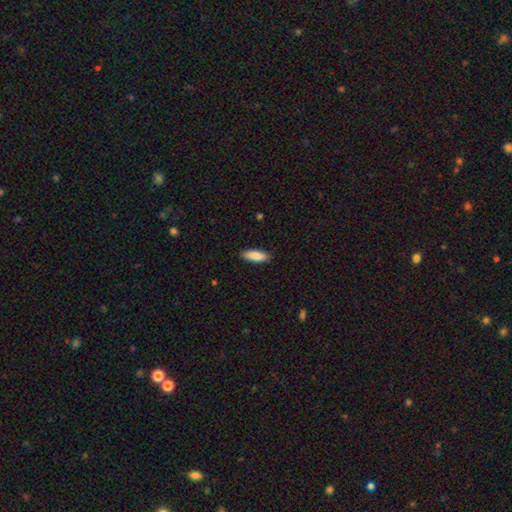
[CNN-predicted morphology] smooth_or_featured: smooth (p=0.88) [alt: featured or disk p=0.06]
how_rounded: in between (p=0.68) [alt: cigar-shaped p=0.30]
merging: none (p=0.87) [alt: minor disturbance p=0.10]